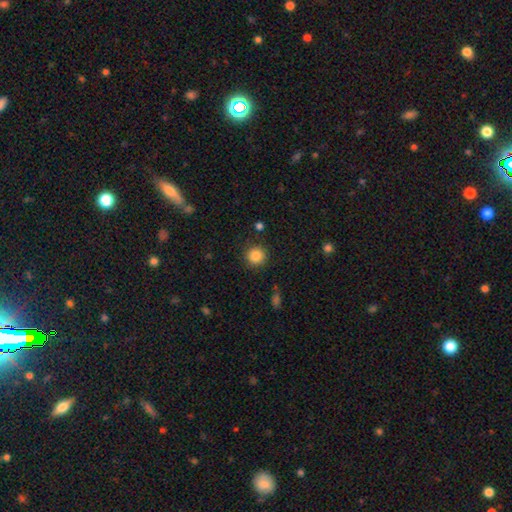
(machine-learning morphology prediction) Overall: smooth (85%). How rounded: round (94%). Merging: none (89%).